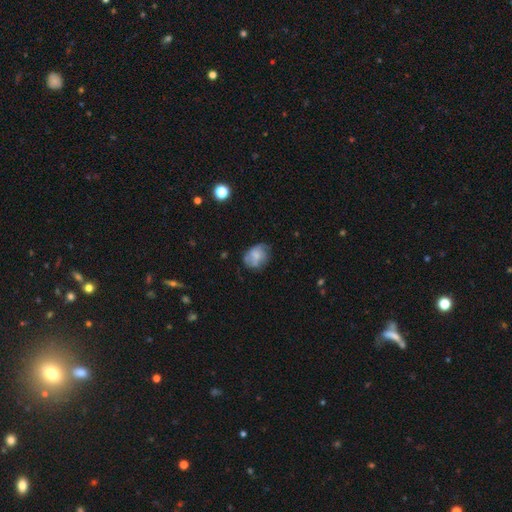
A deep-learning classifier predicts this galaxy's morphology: Smooth or featured: smooth — 59% (featured or disk — 32%)
How rounded: in between — 52% (round — 46%)
Merging: none — 56% (minor disturbance — 29%)